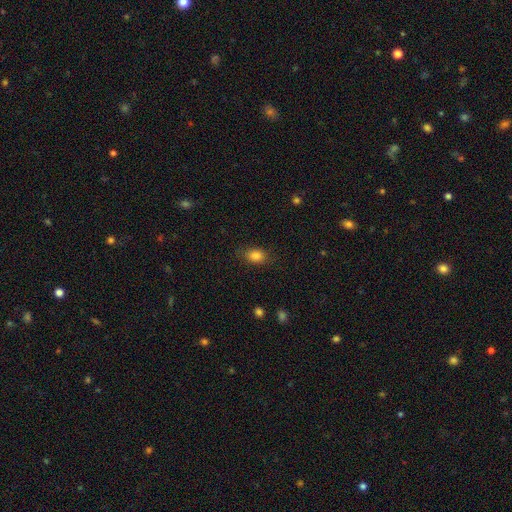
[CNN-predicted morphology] A smooth galaxy with no disk features (84%) that is in between round and cigar-shaped (75%). Merging: none (81%).